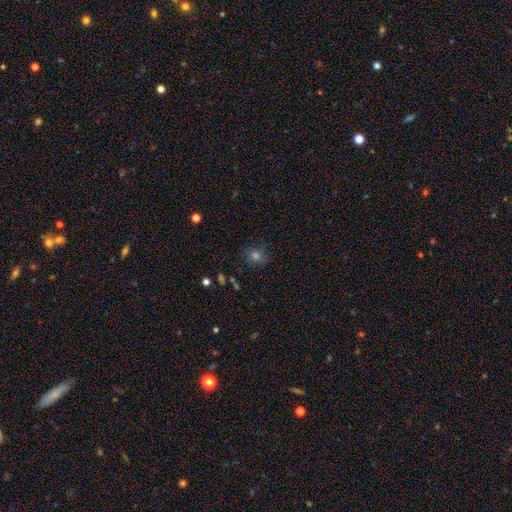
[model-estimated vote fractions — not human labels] smooth_or_featured: smooth (p=0.63) [alt: star or artifact p=0.26]
how_rounded: round (p=0.76) [alt: in between p=0.23]
merging: none (p=0.79) [alt: minor disturbance p=0.14]